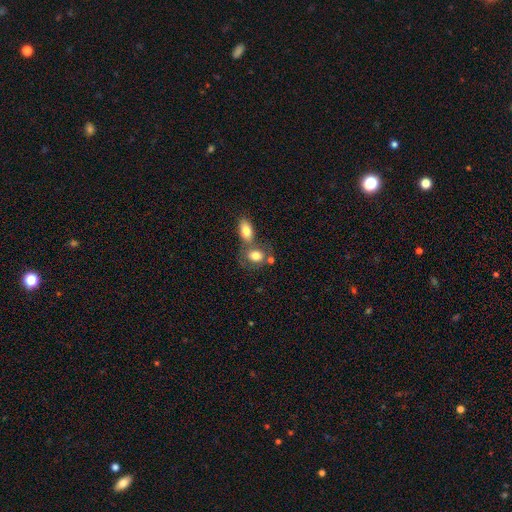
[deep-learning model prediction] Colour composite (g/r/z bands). It shows a smooth galaxy with no disk features (77%) that is in between round and cigar-shaped (65%). Merging: merger (45%).